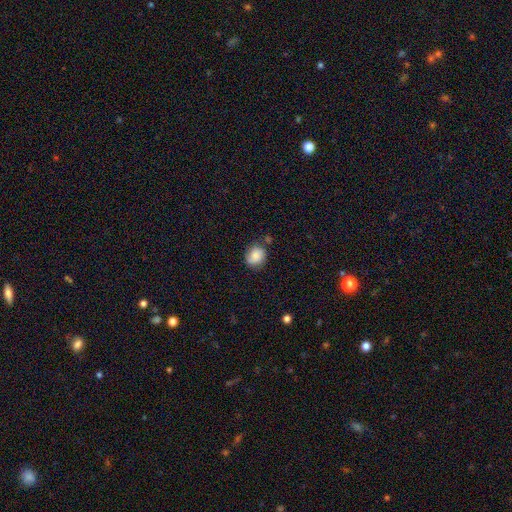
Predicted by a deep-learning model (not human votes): This is clearly a smooth galaxy (83%). How rounded: likely round (67%). Merging: likely none (73%).